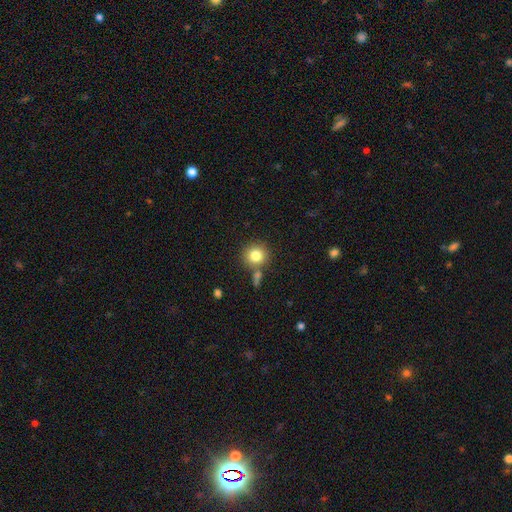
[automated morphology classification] type=smooth (81%); roundness=round (91%); merging=none (73%).